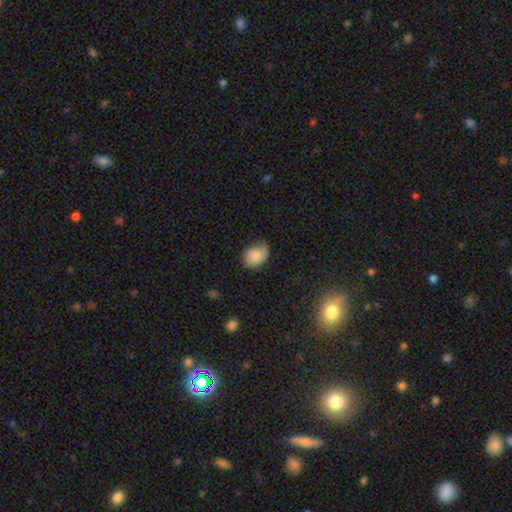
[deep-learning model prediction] The model was most divided on "merging": none: 55%, minor disturbance: 35%, major disturbance: 9%, merger: 2%. More confident: smooth or featured — smooth (77%); how rounded — in between (61%).